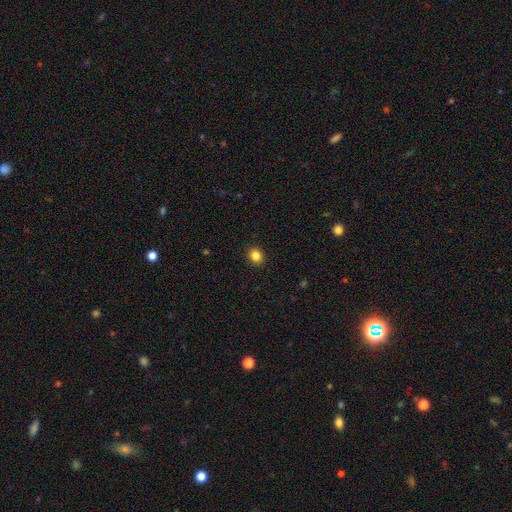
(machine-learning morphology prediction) smooth_or_featured: smooth (p=0.85) [alt: star or artifact p=0.11]
how_rounded: round (p=0.70) [alt: in between p=0.30]
merging: none (p=0.92) [alt: minor disturbance p=0.06]